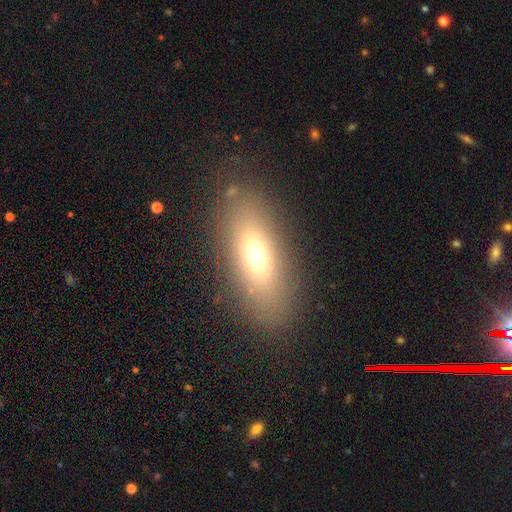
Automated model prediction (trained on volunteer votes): A smooth galaxy with no disk features (66%) that is in between round and cigar-shaped (76%). Merging: none (83%).